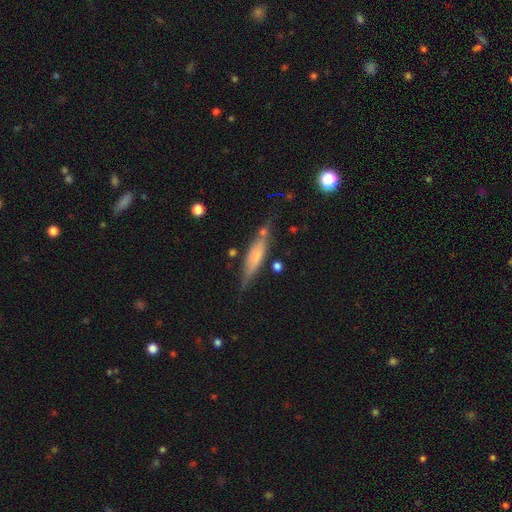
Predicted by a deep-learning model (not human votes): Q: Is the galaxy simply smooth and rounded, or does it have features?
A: smooth — 55%.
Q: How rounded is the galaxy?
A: cigar-shaped — 76%.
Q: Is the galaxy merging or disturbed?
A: none — 68%.